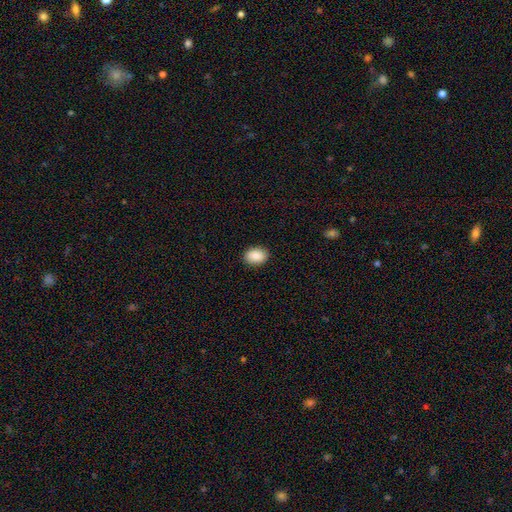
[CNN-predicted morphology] Overall: smooth (89%). How rounded: in between (71%). Merging: none (90%).